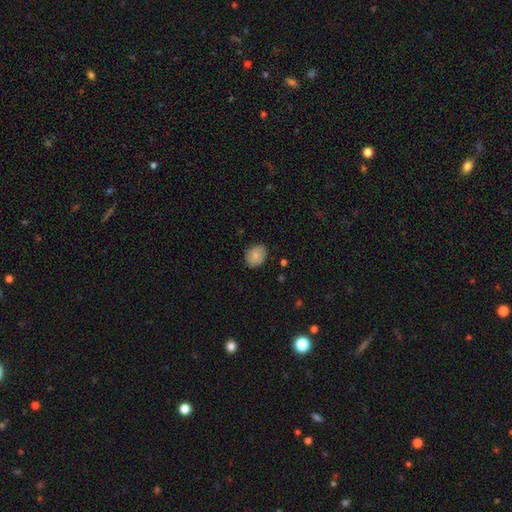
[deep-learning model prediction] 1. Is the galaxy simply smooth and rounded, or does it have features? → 76% smooth, 17% featured or disk, 7% star or artifact.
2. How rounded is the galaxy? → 53% round, 46% in between, 1% cigar-shaped.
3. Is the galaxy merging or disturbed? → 79% none, 17% minor disturbance, 3% major disturbance, 1% merger.